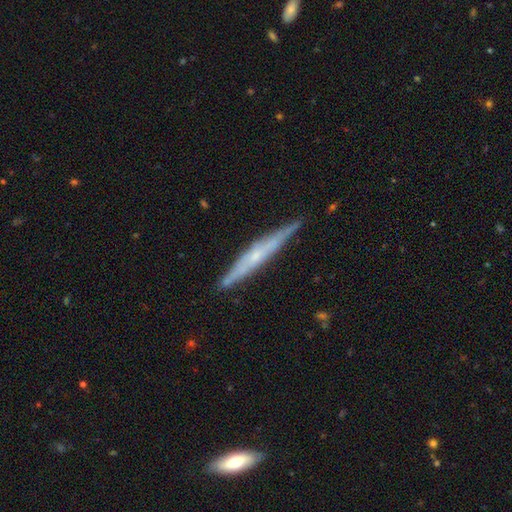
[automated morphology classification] A featured or disk galaxy (65%) viewed edge-on (92%) with no central bulge (49%). Merging: none (82%).